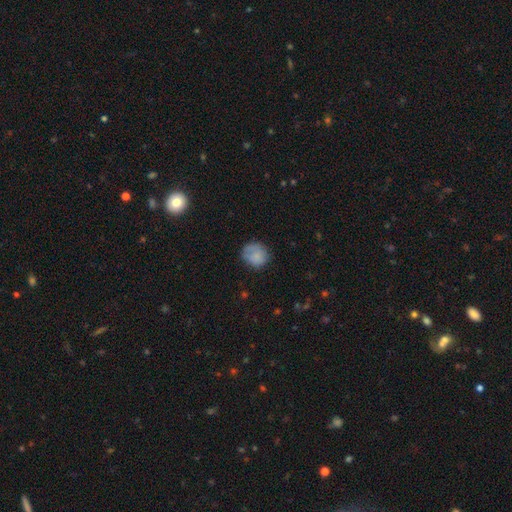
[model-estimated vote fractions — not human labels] Q: Smooth or featured?
A: smooth (81%); runner-up: featured or disk (10%)
Q: How rounded?
A: round (81%); runner-up: in between (18%)
Q: Merging?
A: none (68%); runner-up: minor disturbance (23%)